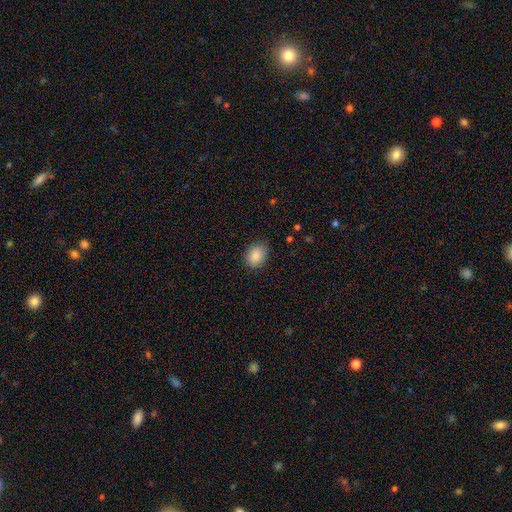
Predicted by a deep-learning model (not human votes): This appears to be a smooth galaxy with no disk features (87%) that is in between round and cigar-shaped (61%). Merging: none (83%).